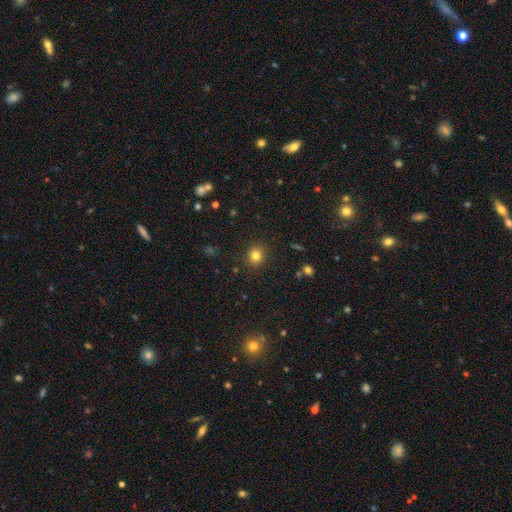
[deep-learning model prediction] Overall: smooth (80%). How rounded: round (80%). Merging: none (89%).